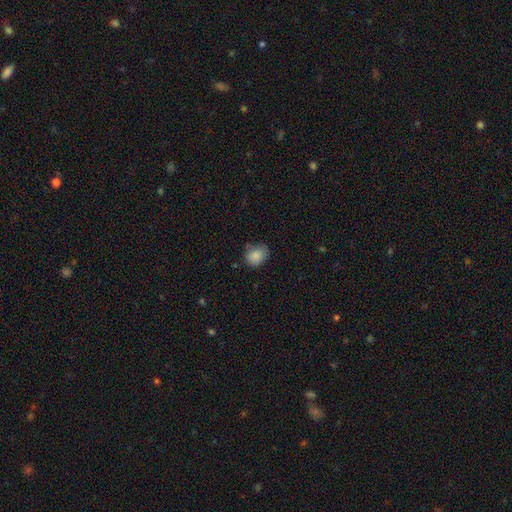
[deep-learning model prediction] A smooth galaxy with no disk features (86%) that is in between round and cigar-shaped (50%).

Vote fractions:
- Smooth or featured? smooth: 86% / star or artifact: 9% / featured or disk: 5%
- How rounded? in between: 50% / round: 49% / cigar-shaped: 1%
- Merging? none: 67% / minor disturbance: 26% / major disturbance: 5% / merger: 3%